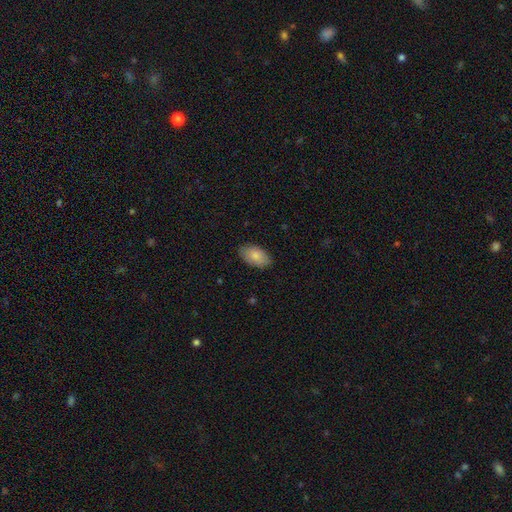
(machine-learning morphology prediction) type=smooth (83%); roundness=in between (94%); merging=none (84%).